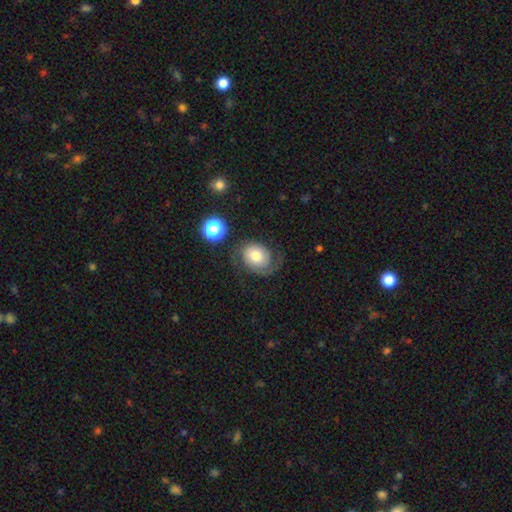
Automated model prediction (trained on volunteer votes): featured or disk 48%, smooth 42%, star or artifact 10%. Down the decision tree: merging — none (54%).